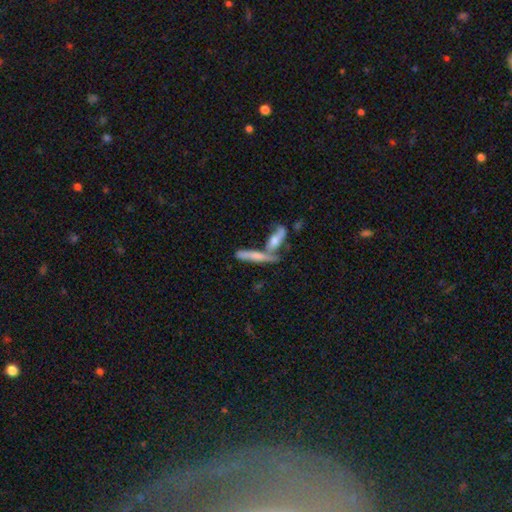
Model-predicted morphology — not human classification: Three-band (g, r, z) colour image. It shows a smooth galaxy with no disk features (50%). Merging: merger (50%).